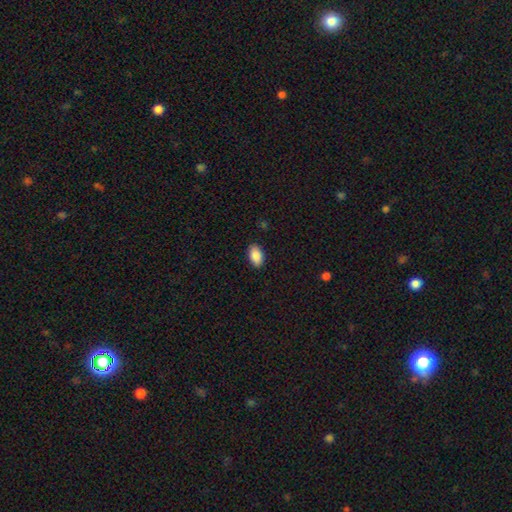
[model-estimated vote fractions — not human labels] This is clearly a smooth galaxy (90%). How rounded: clearly in between (93%). Merging: clearly none (88%).